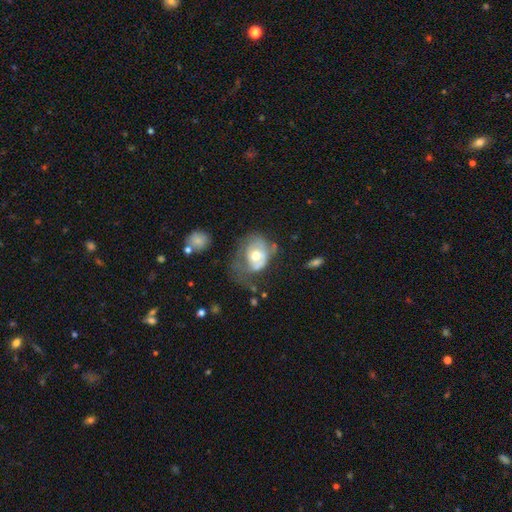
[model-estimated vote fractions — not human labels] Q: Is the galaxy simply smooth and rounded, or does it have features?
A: featured or disk — 51%.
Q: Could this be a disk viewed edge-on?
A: no — 96%.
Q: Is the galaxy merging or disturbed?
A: major disturbance — 42%.